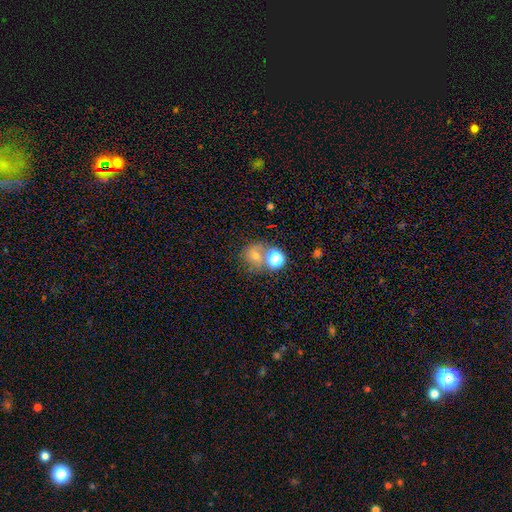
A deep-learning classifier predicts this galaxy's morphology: Smooth or featured?
  - smooth: 64% *
  - featured or disk: 19%
  - star or artifact: 17%
How rounded?
  - round: 78% *
  - in between: 21%
  - cigar-shaped: 1%
Merging?
  - none: 43% *
  - merger: 37%
  - minor disturbance: 11%
  - major disturbance: 8%